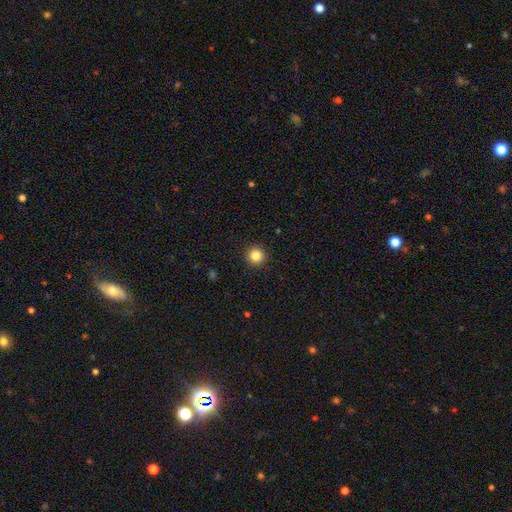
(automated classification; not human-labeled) Smooth or featured? Predicted: smooth (p=0.85). How rounded? Predicted: round (p=0.95). Merging? Predicted: none (p=0.92).